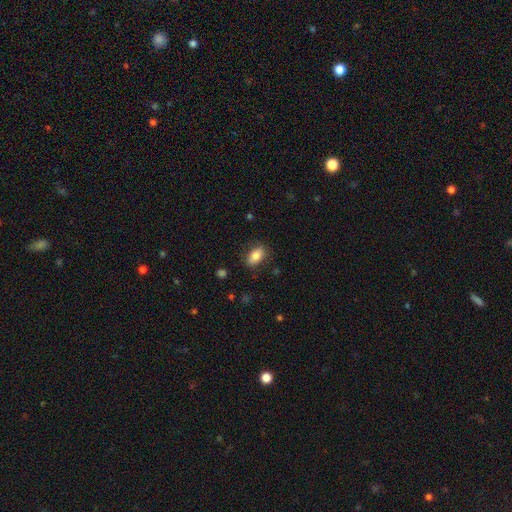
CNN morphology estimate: This is clearly a smooth galaxy (83%). How rounded: clearly in between (89%). Merging: clearly none (83%).